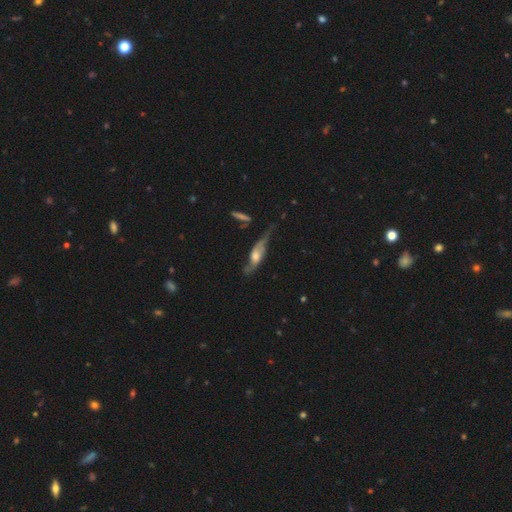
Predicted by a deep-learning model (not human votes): Overall: featured or disk (68%). Edge-on disk: no (63%; yes 37%). Merging: none (43%; minor disturbance 29%).